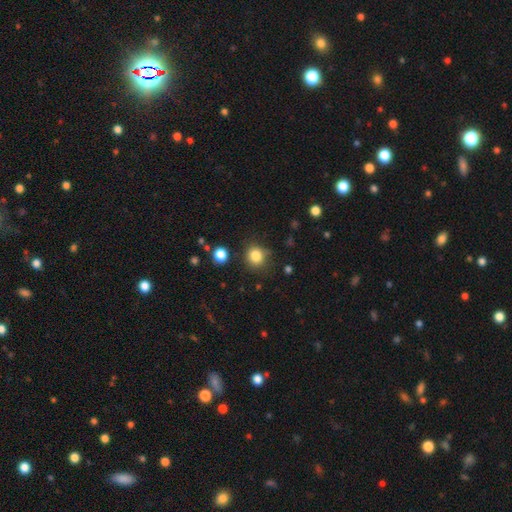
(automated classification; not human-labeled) smooth-or-featured: smooth: 84% | star or artifact: 11% | featured or disk: 5%
  how-rounded: round: 85% | in between: 14% | cigar-shaped: 1%
  merging: none: 78% | minor disturbance: 15% | major disturbance: 4% | merger: 3%